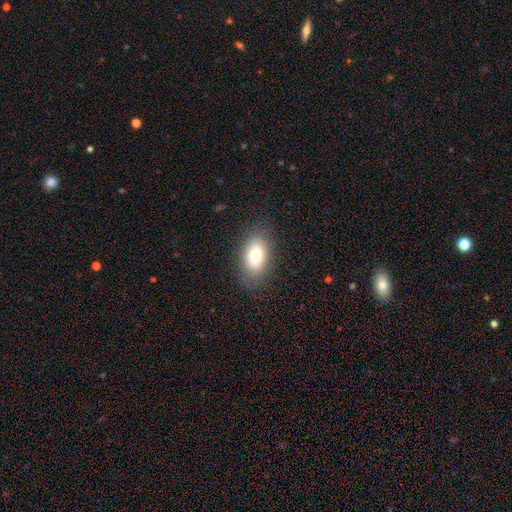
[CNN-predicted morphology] This is likely a smooth galaxy (78%). How rounded: clearly in between (90%). Merging: clearly none (83%).